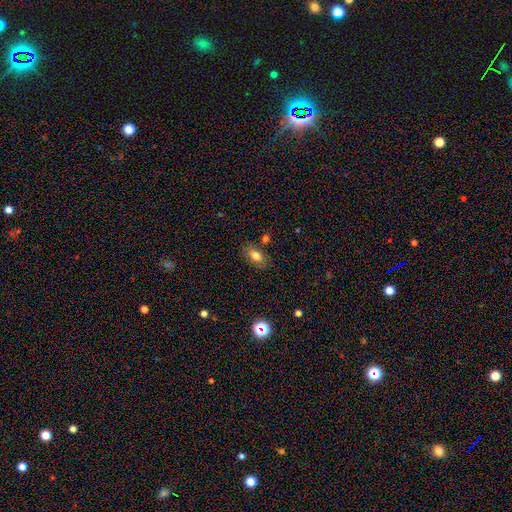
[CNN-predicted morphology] This is likely a smooth galaxy (76%). How rounded: clearly in between (87%). Merging: likely none (77%).